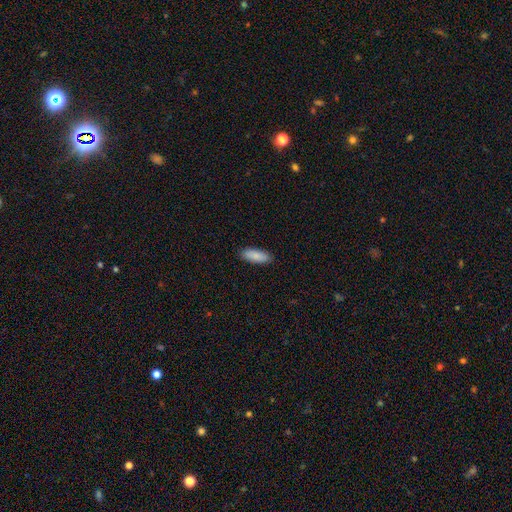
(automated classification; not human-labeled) smooth 87%, featured or disk 7%, star or artifact 6%. Down the decision tree: how rounded — in between (70%); merging — none (89%).